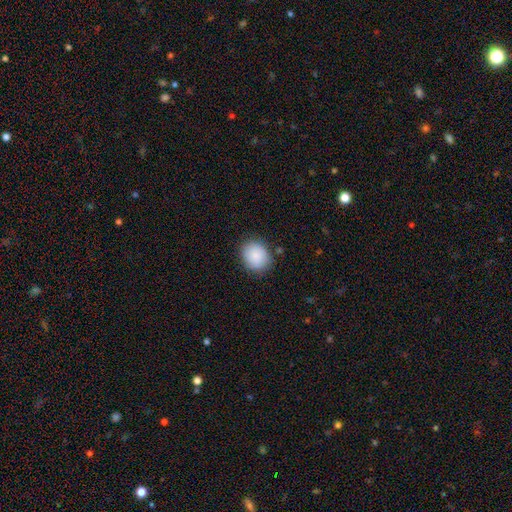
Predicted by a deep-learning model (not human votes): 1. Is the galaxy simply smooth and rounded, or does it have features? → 85% smooth, 8% featured or disk, 7% star or artifact.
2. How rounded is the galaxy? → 65% round, 34% in between, 1% cigar-shaped.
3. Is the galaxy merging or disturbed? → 82% none, 13% minor disturbance, 3% major disturbance, 2% merger.